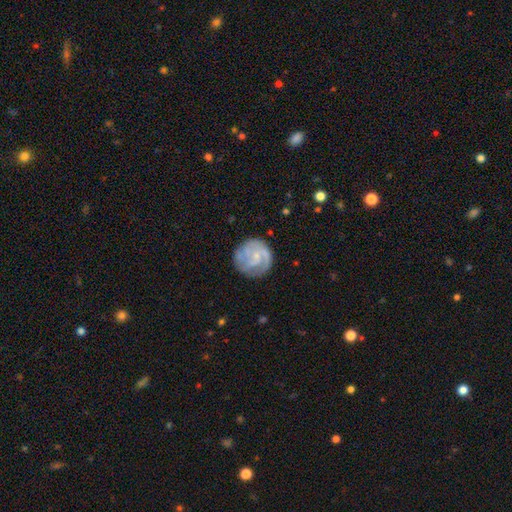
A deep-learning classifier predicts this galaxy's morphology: featured or disk 65%, smooth 29%, star or artifact 6%. Down the decision tree: edge-on disk — no (98%); bar — no (65%); spiral arms — yes (84%); spiral arm count — can't tell (32%); spiral winding — tight (50%); bulge size — small (63%); merging — none (74%).